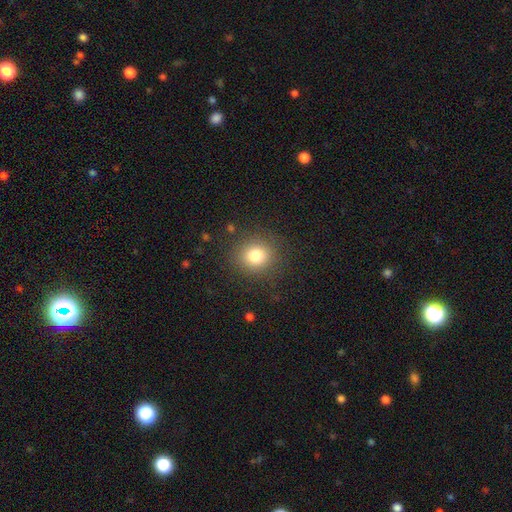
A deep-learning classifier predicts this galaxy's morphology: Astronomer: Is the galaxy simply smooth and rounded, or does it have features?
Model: smooth — 81%.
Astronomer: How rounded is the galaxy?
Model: round — 83%.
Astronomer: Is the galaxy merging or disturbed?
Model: none — 86%.